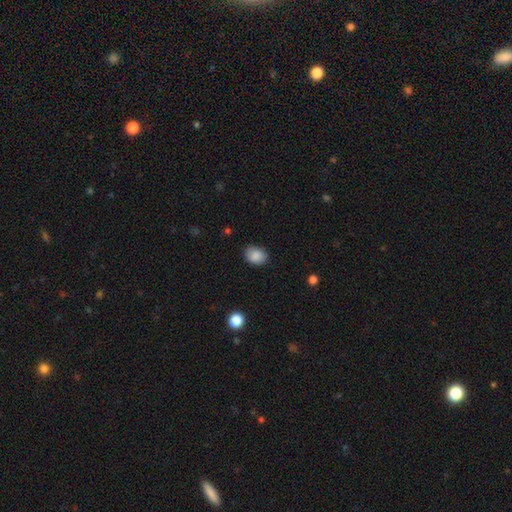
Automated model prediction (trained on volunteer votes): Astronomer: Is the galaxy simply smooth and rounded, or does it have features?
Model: smooth — 87%.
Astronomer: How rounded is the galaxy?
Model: in between — 59% (runner-up: round, 40%).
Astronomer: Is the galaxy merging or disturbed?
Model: none — 82%.